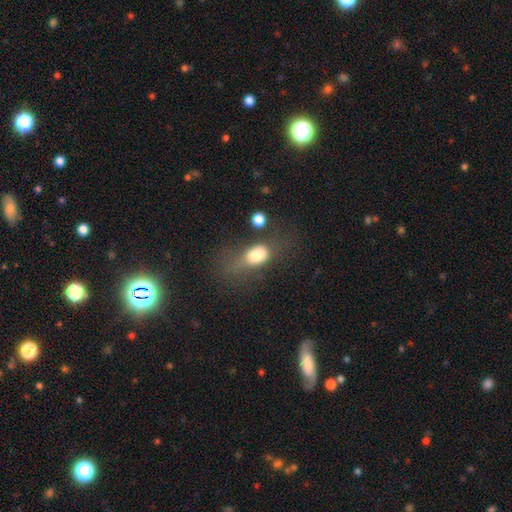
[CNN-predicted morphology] A smooth galaxy with no disk features (74%) that is in between round and cigar-shaped (73%). Merging: major disturbance (37%).